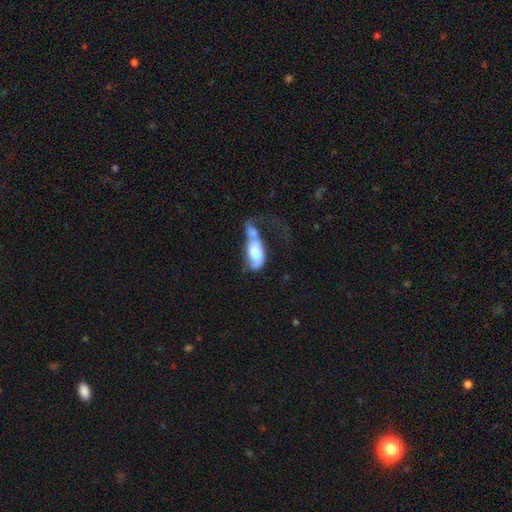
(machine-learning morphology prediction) Smooth or featured? smooth (55%)
How rounded? in between (86%)
Merging? merger (46%)